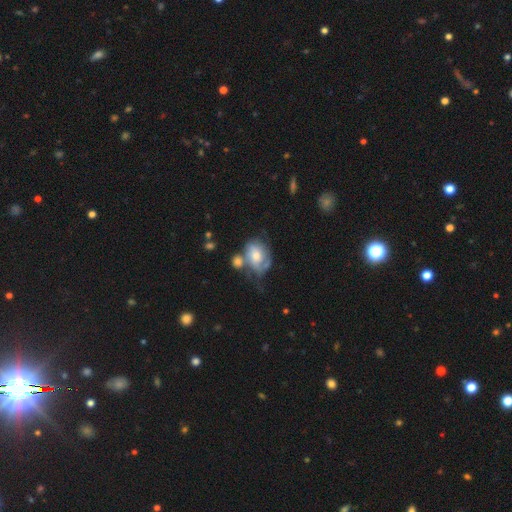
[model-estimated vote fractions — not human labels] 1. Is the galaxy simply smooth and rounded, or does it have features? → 52% featured or disk, 40% smooth, 8% star or artifact.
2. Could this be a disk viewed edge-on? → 96% no, 4% yes.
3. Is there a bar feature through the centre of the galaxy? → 70% no, 25% weak, 5% strong.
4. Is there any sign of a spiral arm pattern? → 68% yes, 32% no.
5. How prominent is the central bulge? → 65% moderate, 25% small, 7% large, 2% none, 1% dominant.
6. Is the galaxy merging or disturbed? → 32% none, 27% merger, 23% minor disturbance, 18% major disturbance.